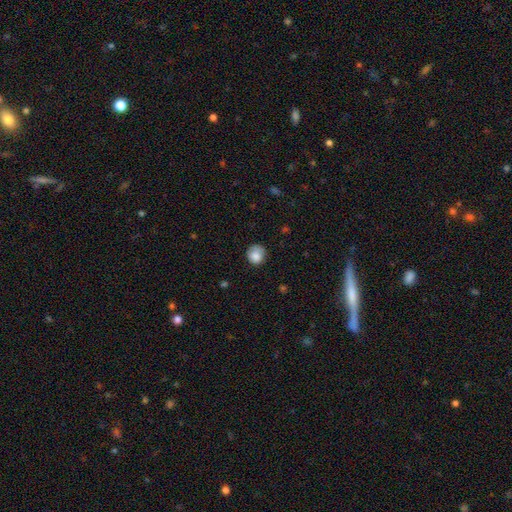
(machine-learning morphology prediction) A smooth galaxy with no disk features (84%) that is round (83%).

Vote fractions:
- Smooth or featured? smooth: 84% / star or artifact: 9% / featured or disk: 7%
- How rounded? round: 83% / in between: 16% / cigar-shaped: 1%
- Merging? none: 72% / minor disturbance: 22% / major disturbance: 5% / merger: 1%